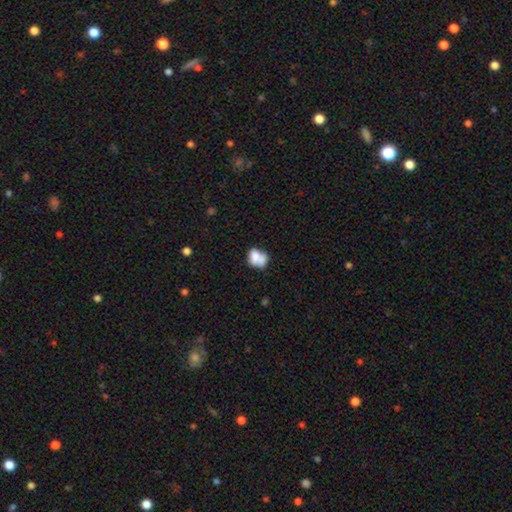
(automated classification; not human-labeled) Q: Smooth or featured?
A: smooth (69%); runner-up: featured or disk (22%)
Q: How rounded?
A: in between (61%); runner-up: round (37%)
Q: Merging?
A: merger (44%); runner-up: none (29%)